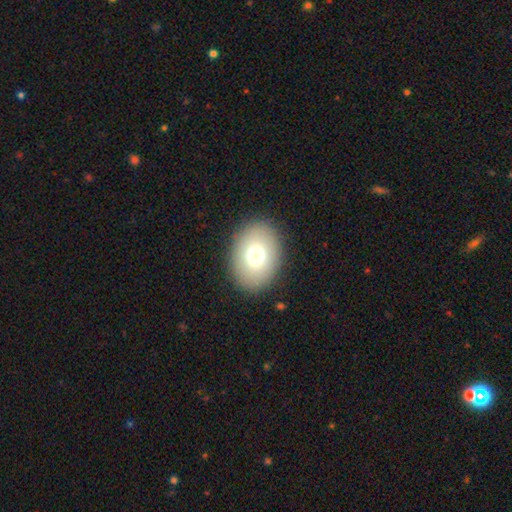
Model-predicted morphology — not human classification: smooth 77%, featured or disk 13%, star or artifact 9%. Down the decision tree: how rounded — in between (71%); merging — none (89%).